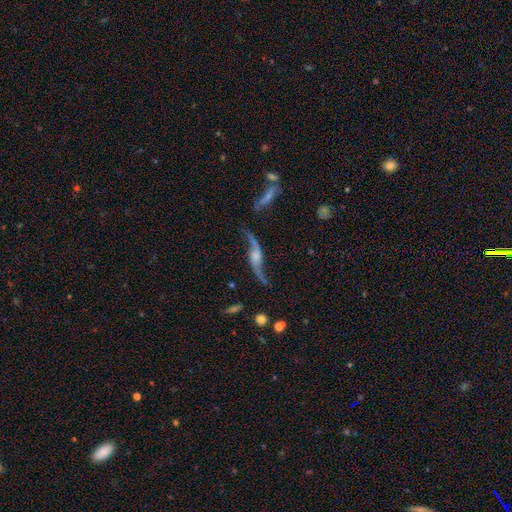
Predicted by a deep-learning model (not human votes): Smooth or featured? featured or disk (87%)
Edge-on disk? no (79%)
Bar? no (58%)
Spiral arms? yes (95%)
Spiral winding? loose (93%)
Spiral arm count? 2 (94%)
Bulge size? moderate (39%)
Merging? none (71%)